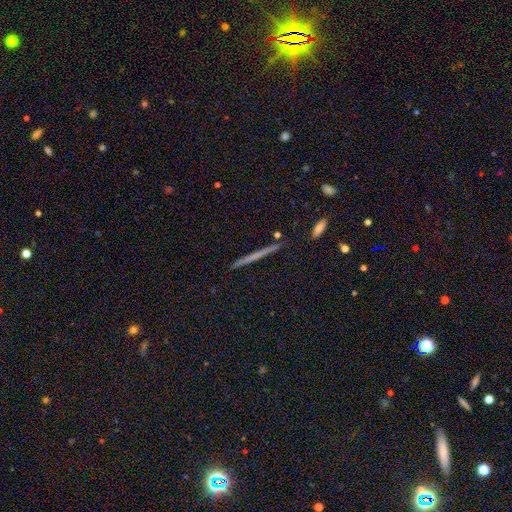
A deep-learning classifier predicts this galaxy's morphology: A featured or disk galaxy (47%). Merging: none (92%).